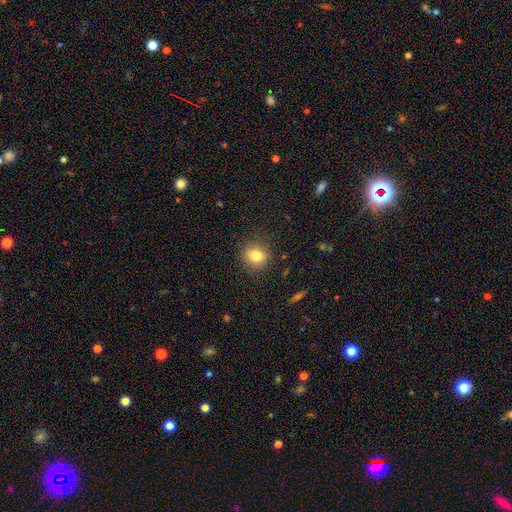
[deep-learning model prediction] Smooth or featured? smooth (80%)
How rounded? round (83%)
Merging? none (88%)